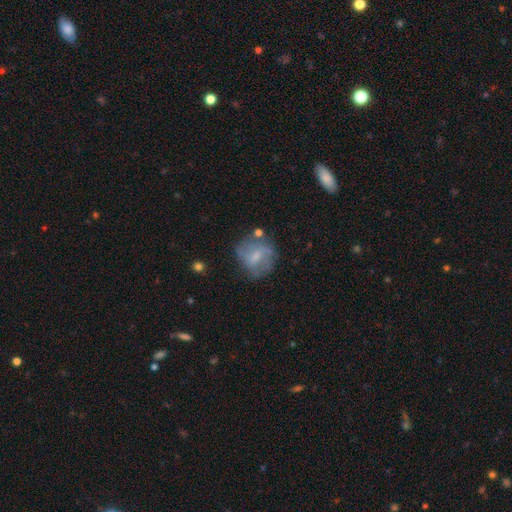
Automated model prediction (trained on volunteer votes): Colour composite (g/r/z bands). It shows a featured or disk galaxy (49%). Merging: none (59%).